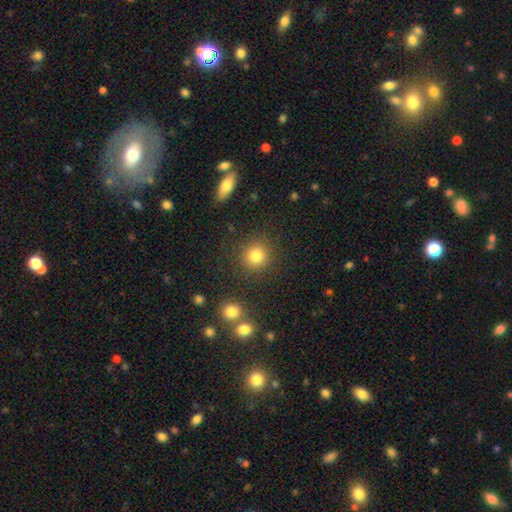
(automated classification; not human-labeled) Smooth or featured? smooth (82%)
How rounded? round (90%)
Merging? none (85%)